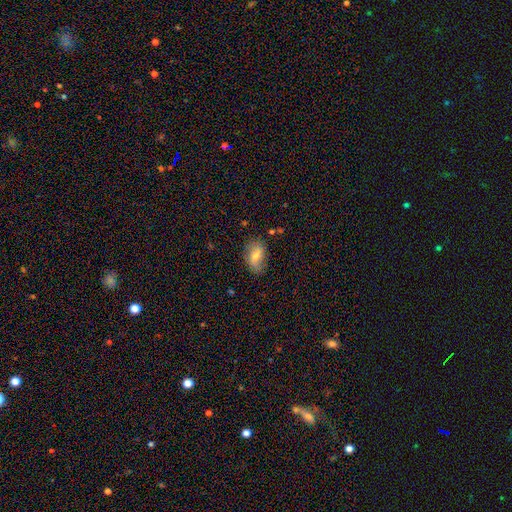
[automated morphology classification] This appears to be a smooth galaxy with no disk features (58%) that is in between round and cigar-shaped (88%). Merging: none (73%).